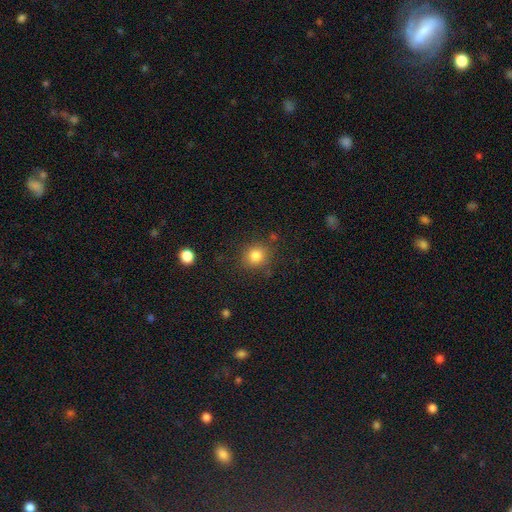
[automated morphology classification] Overall: smooth (83%). How rounded: round (84%). Merging: none (82%).